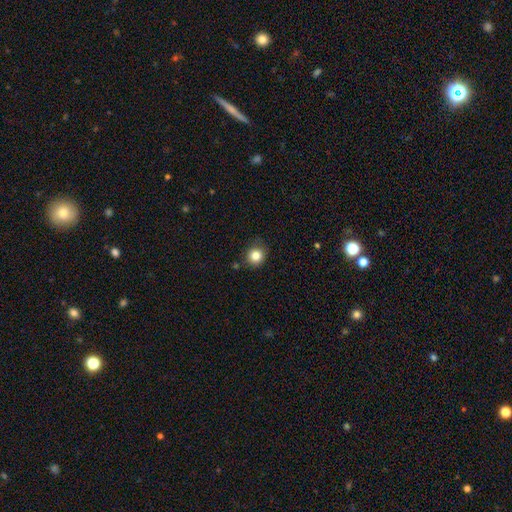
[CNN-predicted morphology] smooth 82%, star or artifact 11%, featured or disk 6%. Down the decision tree: how rounded — round (85%); merging — none (80%).